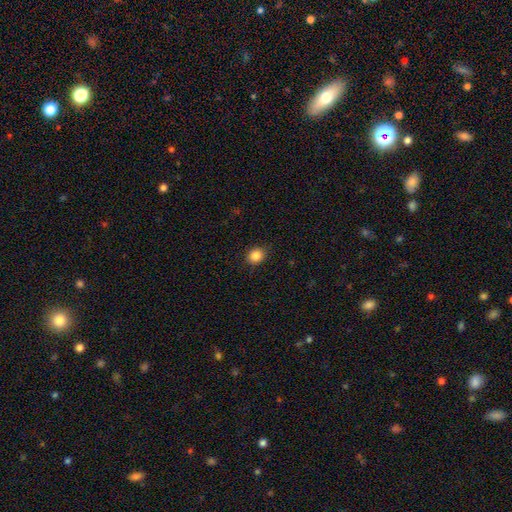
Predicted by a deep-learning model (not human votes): smooth 85%, star or artifact 10%, featured or disk 4%. Down the decision tree: how rounded — round (70%); merging — none (87%).